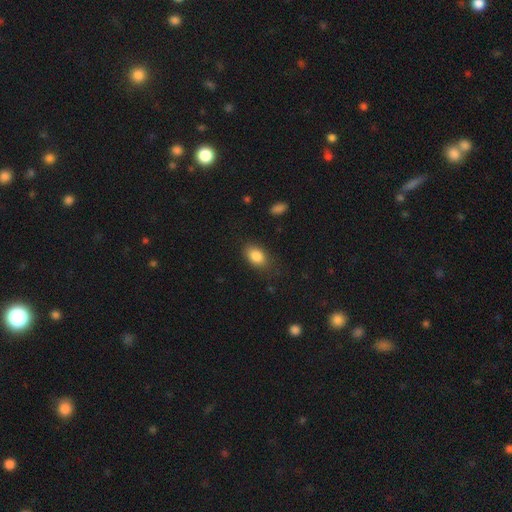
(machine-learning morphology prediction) smooth 85%, star or artifact 8%, featured or disk 6%. Down the decision tree: how rounded — in between (85%); merging — none (80%).